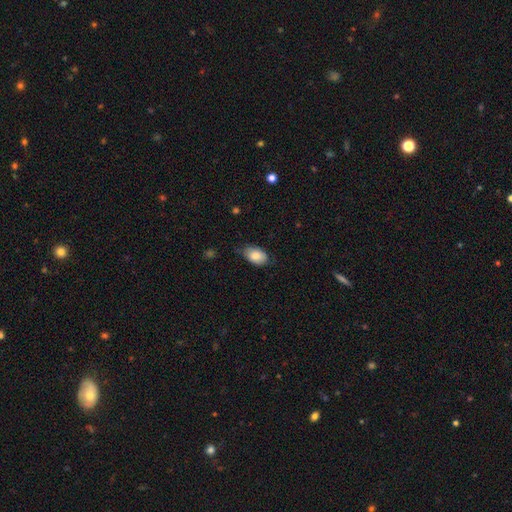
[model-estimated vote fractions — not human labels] smooth-or-featured: smooth: 80% | featured or disk: 13% | star or artifact: 7%
  how-rounded: in between: 90% | round: 8% | cigar-shaped: 1%
  merging: none: 65% | minor disturbance: 28% | major disturbance: 6% | merger: 1%